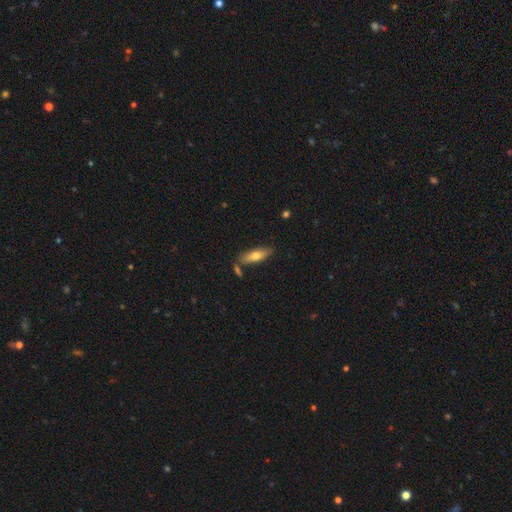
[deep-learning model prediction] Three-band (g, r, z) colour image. It shows a smooth galaxy with no disk features (66%) that is in between round and cigar-shaped (56%). Merging: none (77%).